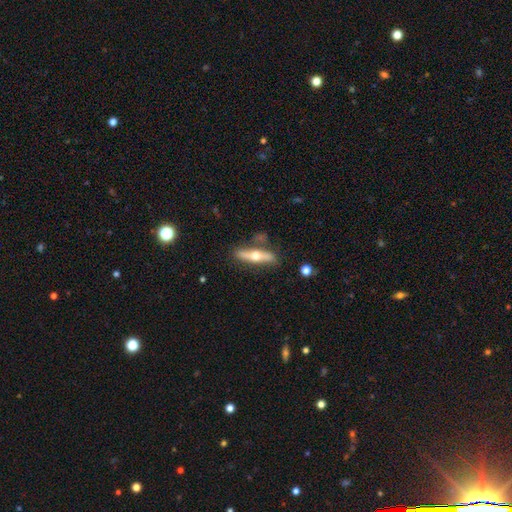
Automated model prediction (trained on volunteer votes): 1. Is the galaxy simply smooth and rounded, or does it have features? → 58% featured or disk, 36% smooth, 6% star or artifact.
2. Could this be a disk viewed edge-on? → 88% yes, 12% no.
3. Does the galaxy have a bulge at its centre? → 94% rounded, 3% none, 2% boxy.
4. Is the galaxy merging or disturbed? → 78% none, 14% minor disturbance, 5% merger, 3% major disturbance.